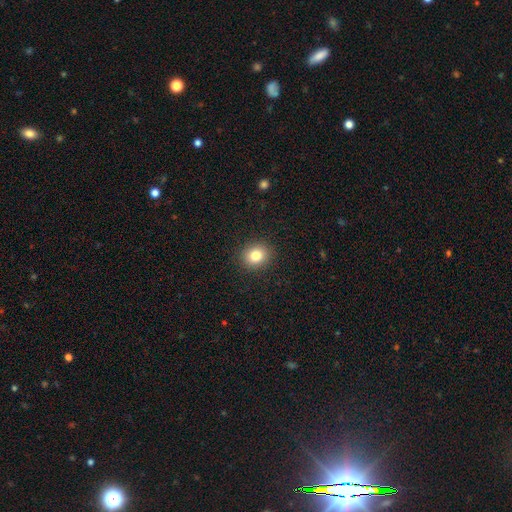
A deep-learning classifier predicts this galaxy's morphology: Overall: smooth (81%). How rounded: round (72%). Merging: none (91%).